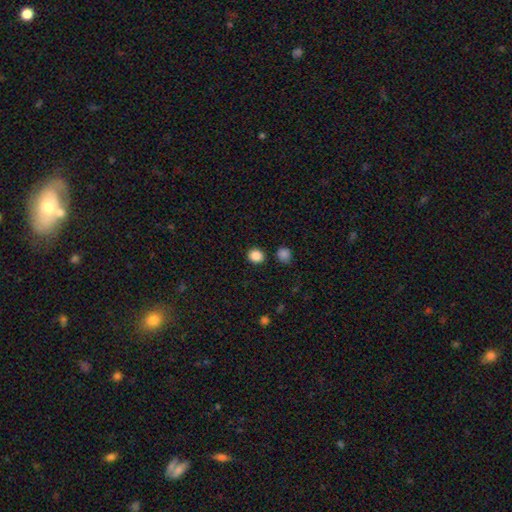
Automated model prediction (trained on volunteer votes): The model was most divided on "how rounded": round: 78%, in between: 21%, cigar-shaped: 1%. More confident: merging — none (88%); smooth or featured — smooth (87%).